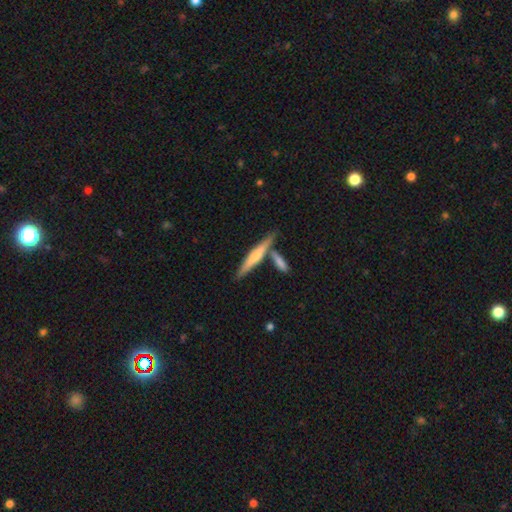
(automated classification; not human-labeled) This appears to be a smooth galaxy with no disk features (48%). Merging: none (64%).